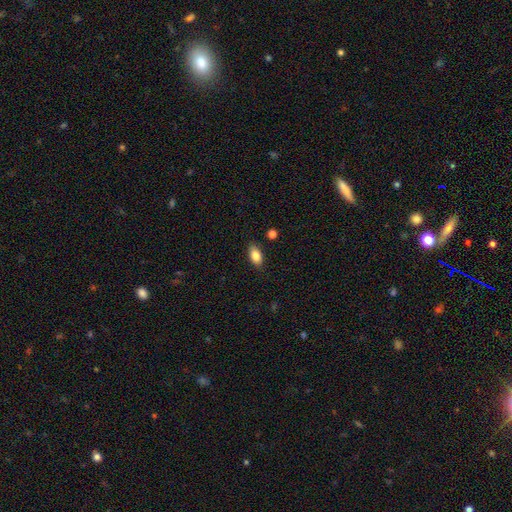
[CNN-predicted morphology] Q: Smooth or featured?
A: smooth (84%); runner-up: featured or disk (8%)
Q: How rounded?
A: in between (90%); runner-up: round (6%)
Q: Merging?
A: none (86%); runner-up: minor disturbance (10%)